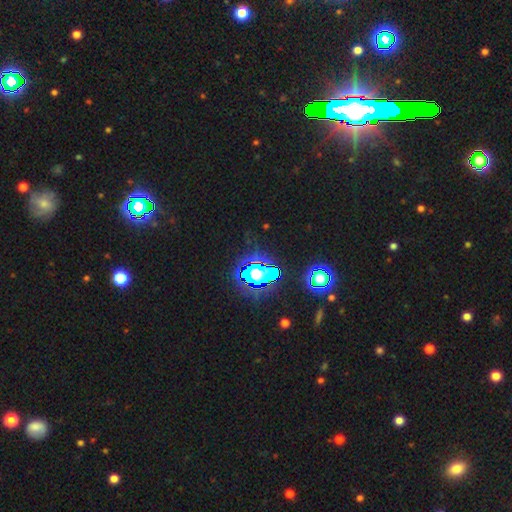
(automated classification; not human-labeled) Smooth or featured: star or artifact — 78% (smooth — 13%)